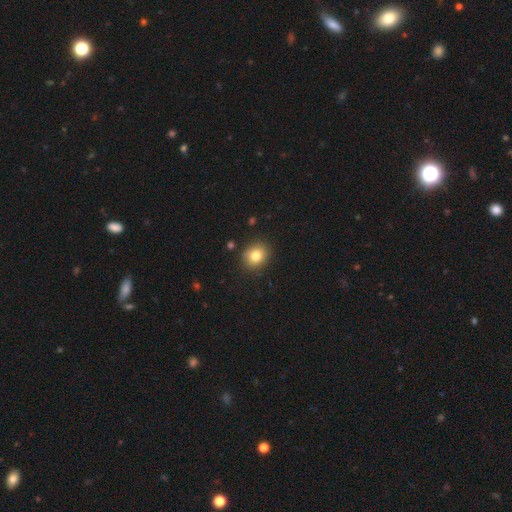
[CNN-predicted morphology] smooth-or-featured: smooth: 81% | star or artifact: 11% | featured or disk: 8%
  how-rounded: round: 71% | in between: 28% | cigar-shaped: 1%
  merging: none: 86% | minor disturbance: 10% | major disturbance: 2% | merger: 2%